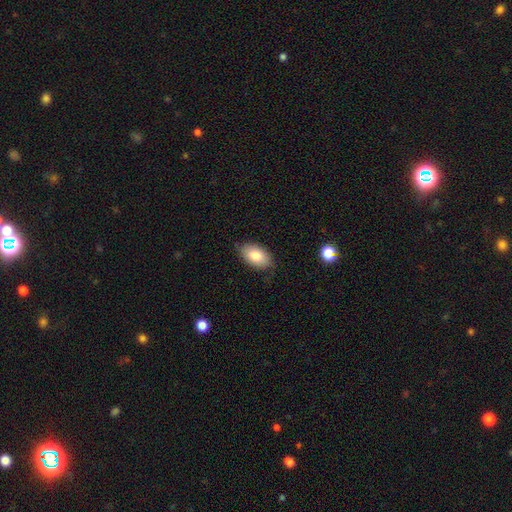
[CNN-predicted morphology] Smooth or featured? smooth (82%)
How rounded? in between (93%)
Merging? none (81%)